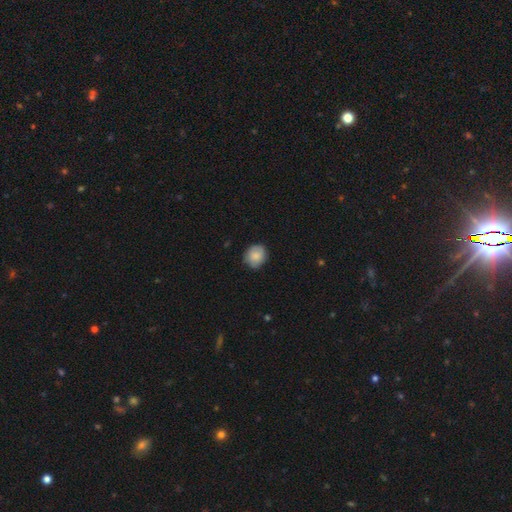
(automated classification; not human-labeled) This appears to be a smooth galaxy with no disk features (82%) that is round (72%). Merging: none (81%).